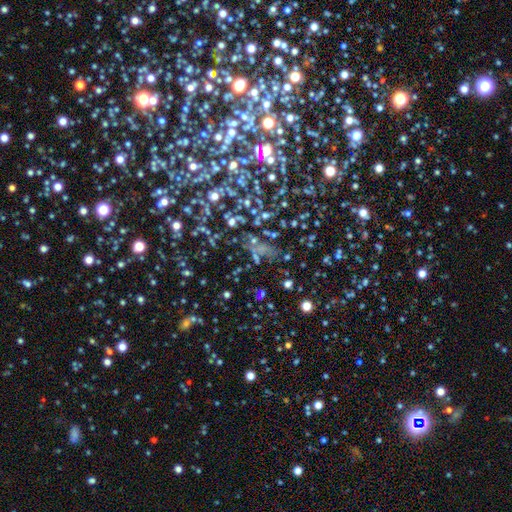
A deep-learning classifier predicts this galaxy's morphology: The model was most divided on "smooth or featured": star or artifact: 75%, smooth: 16%, featured or disk: 10%.